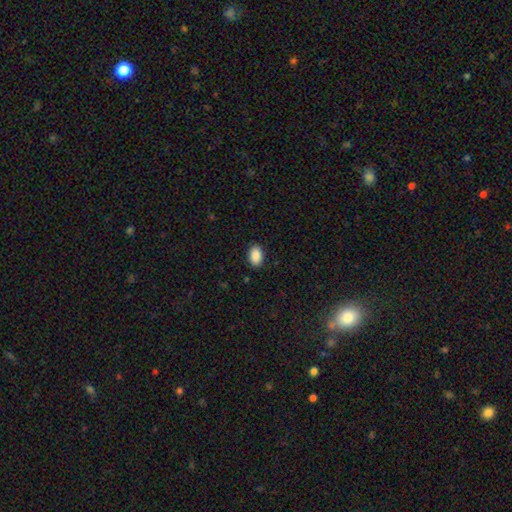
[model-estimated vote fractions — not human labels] Overall: smooth (90%). How rounded: in between (90%). Merging: none (89%).